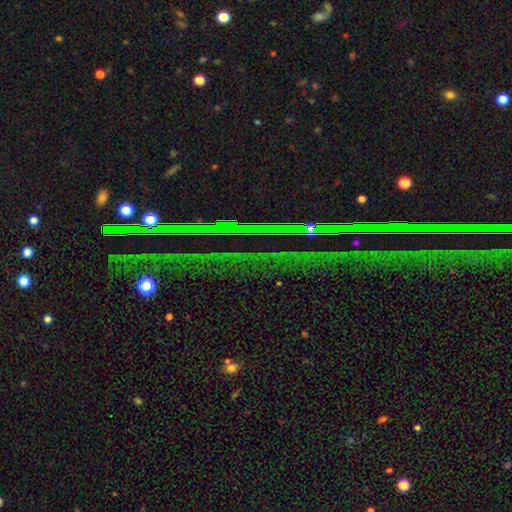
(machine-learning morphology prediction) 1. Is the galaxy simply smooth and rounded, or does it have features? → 84% star or artifact, 9% featured or disk, 7% smooth.